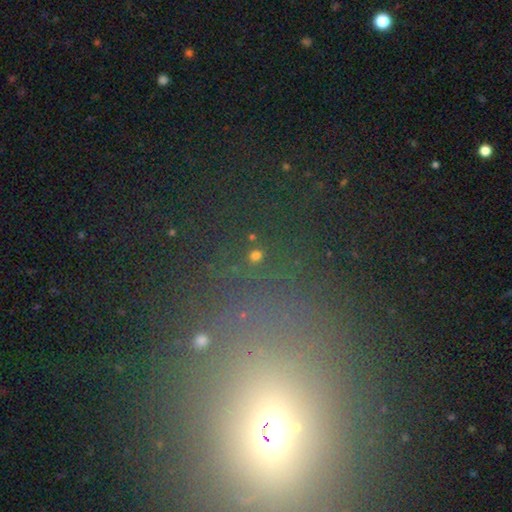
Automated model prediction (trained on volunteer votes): A smooth galaxy with no disk features (56%) that is round (89%).

Vote fractions:
- Smooth or featured? smooth: 56% / star or artifact: 36% / featured or disk: 7%
- How rounded? round: 89% / in between: 9% / cigar-shaped: 2%
- Merging? none: 81% / minor disturbance: 8% / merger: 6% / major disturbance: 5%